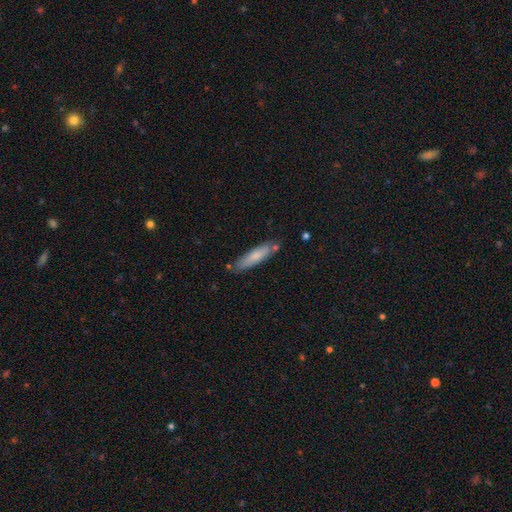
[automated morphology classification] This is likely a smooth galaxy (74%). How rounded: likely cigar-shaped (77%). Merging: likely none (76%).